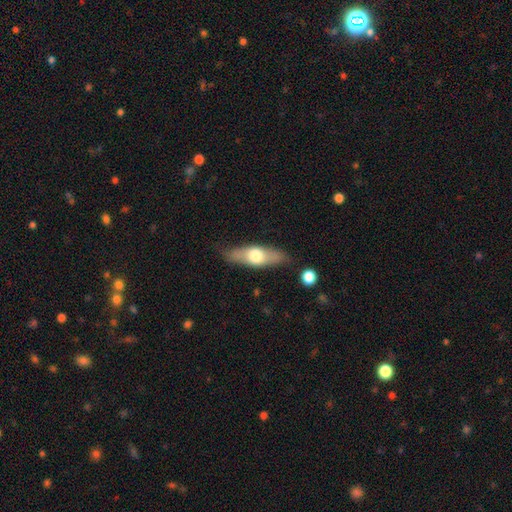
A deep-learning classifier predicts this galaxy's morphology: Q: Smooth or featured?
A: smooth (52%); runner-up: featured or disk (42%)
Q: How rounded?
A: in between (50%); runner-up: cigar-shaped (47%)
Q: Merging?
A: none (77%); runner-up: minor disturbance (16%)